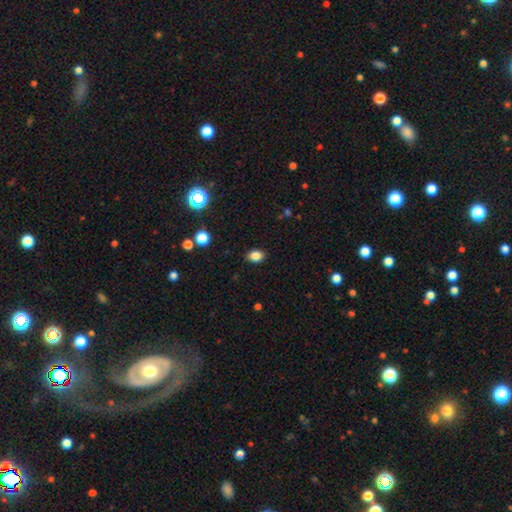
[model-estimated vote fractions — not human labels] A smooth galaxy with no disk features (84%) that is in between round and cigar-shaped (70%).

Vote fractions:
- Smooth or featured? smooth: 84% / star or artifact: 11% / featured or disk: 5%
- How rounded? in between: 70% / round: 29% / cigar-shaped: 1%
- Merging? none: 88% / minor disturbance: 9% / major disturbance: 2% / merger: 1%